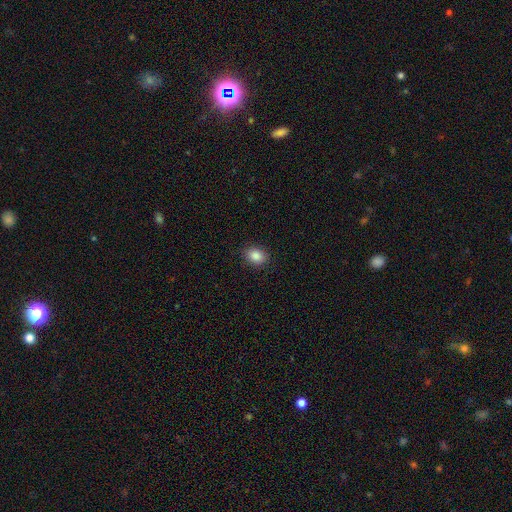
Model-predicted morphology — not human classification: Q: Smooth or featured?
A: smooth (87%); runner-up: star or artifact (9%)
Q: How rounded?
A: in between (62%); runner-up: round (37%)
Q: Merging?
A: none (89%); runner-up: minor disturbance (8%)